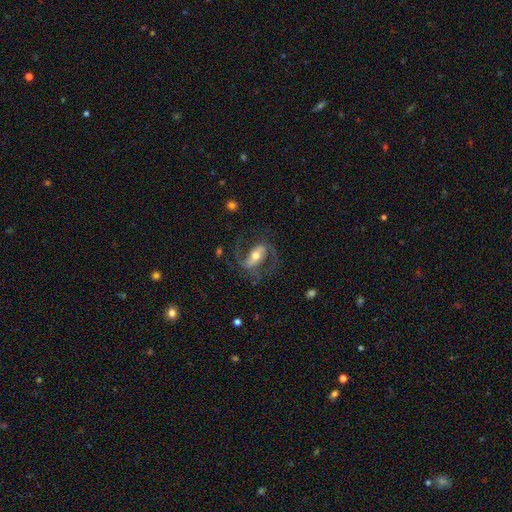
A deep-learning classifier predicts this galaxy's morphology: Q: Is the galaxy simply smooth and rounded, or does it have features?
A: featured or disk — 84%.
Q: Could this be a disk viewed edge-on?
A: no — 96%.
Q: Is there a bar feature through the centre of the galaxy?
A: strong — 47%.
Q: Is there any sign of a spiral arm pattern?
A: yes — 94%.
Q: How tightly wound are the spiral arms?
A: medium — 56%.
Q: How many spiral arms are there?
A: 2 — 90%.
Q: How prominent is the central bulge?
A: moderate — 67%.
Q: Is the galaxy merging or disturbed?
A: none — 68%.